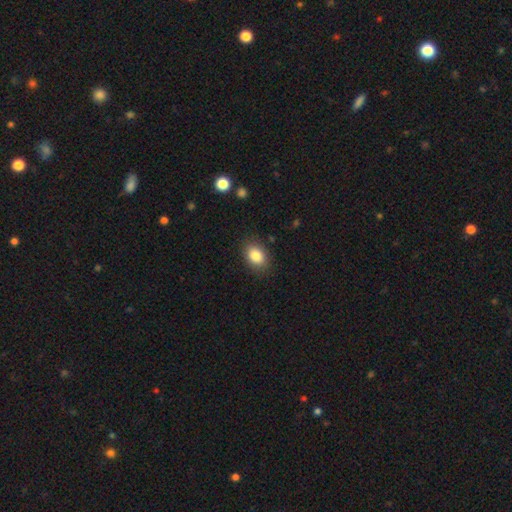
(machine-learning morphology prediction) This is clearly a smooth galaxy (85%). How rounded: likely in between (75%). Merging: clearly none (86%).